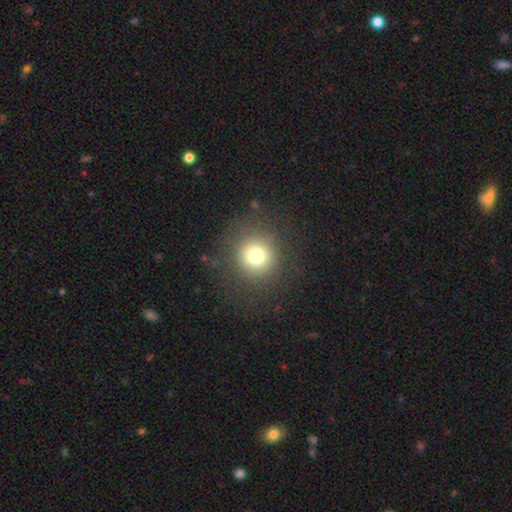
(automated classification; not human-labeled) This is likely a smooth galaxy (75%). How rounded: clearly round (93%). Merging: clearly none (85%).